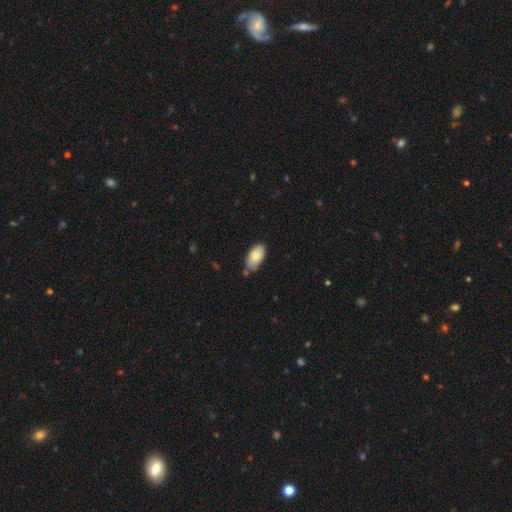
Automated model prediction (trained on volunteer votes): smooth 82%, featured or disk 11%, star or artifact 6%. Down the decision tree: how rounded — in between (95%); merging — none (70%).